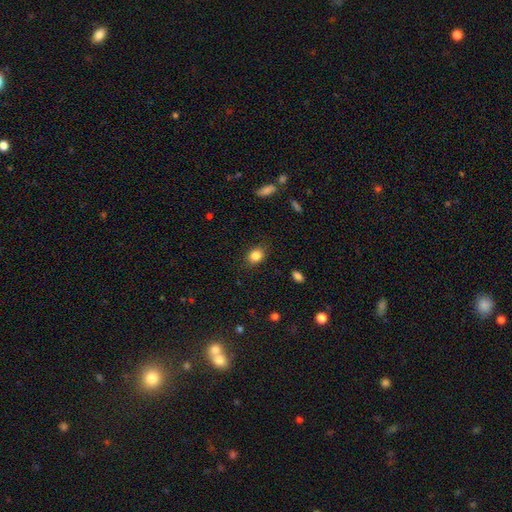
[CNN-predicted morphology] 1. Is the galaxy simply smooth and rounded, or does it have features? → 84% smooth, 10% star or artifact, 6% featured or disk.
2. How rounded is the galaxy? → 54% in between, 45% round, 1% cigar-shaped.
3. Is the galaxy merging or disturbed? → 84% none, 12% minor disturbance, 3% major disturbance, 1% merger.